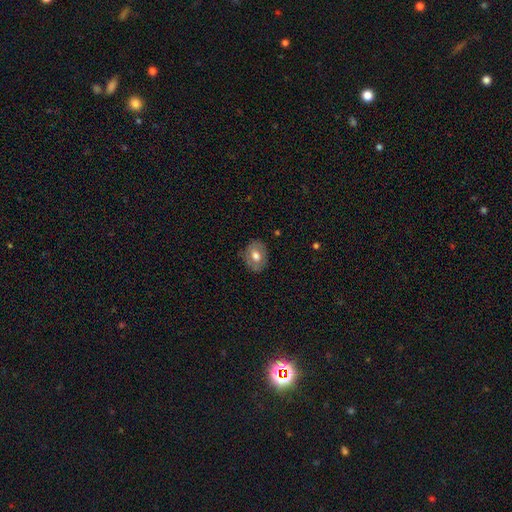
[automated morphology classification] The model was most divided on "how rounded": in between: 58%, round: 41%, cigar-shaped: 1%. More confident: merging — none (79%); smooth or featured — smooth (58%).